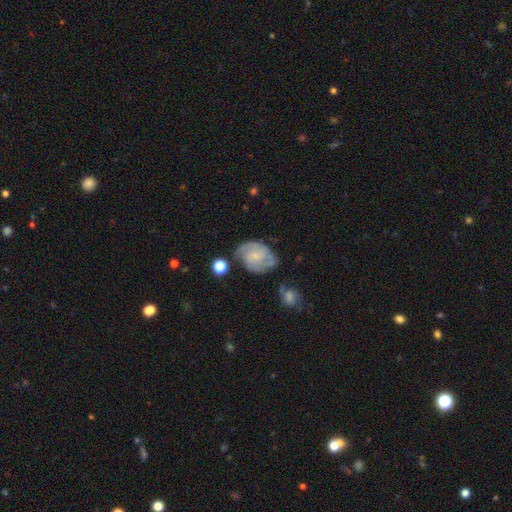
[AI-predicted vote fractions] Smooth or featured: featured or disk — 72% (smooth — 21%)
Edge-on disk: no — 97% (yes — 3%)
Bar: no — 61% (weak — 34%)
Spiral arms: yes — 90% (no — 10%)
Spiral winding: medium — 44% (tight — 41%)
Spiral arm count: 2 — 48% (can't tell — 24%)
Bulge size: small — 66% (moderate — 16%)
Merging: none — 58% (minor disturbance — 25%)